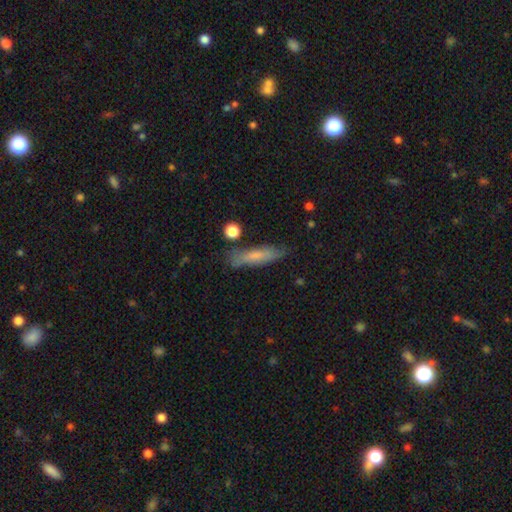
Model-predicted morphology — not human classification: Smooth or featured: smooth — 68% (featured or disk — 25%)
How rounded: cigar-shaped — 78% (in between — 20%)
Merging: none — 76% (minor disturbance — 17%)